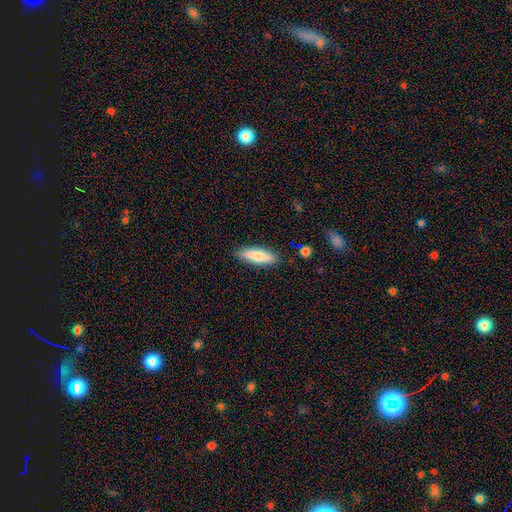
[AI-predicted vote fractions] A smooth galaxy with no disk features (77%) that is cigar-shaped (52%). Merging: none (86%).